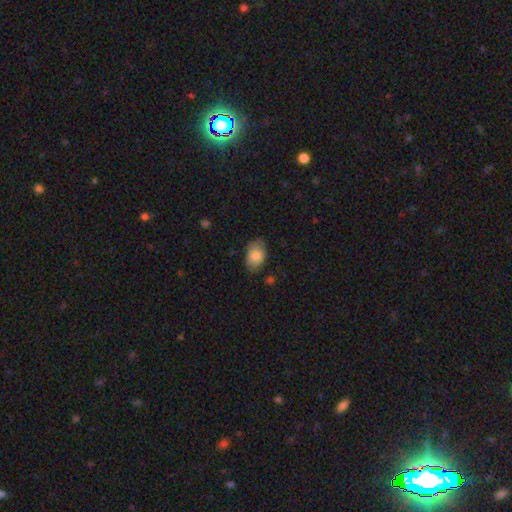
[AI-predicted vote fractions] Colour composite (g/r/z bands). It shows a smooth galaxy with no disk features (84%) that is in between round and cigar-shaped (88%). Merging: none (74%).